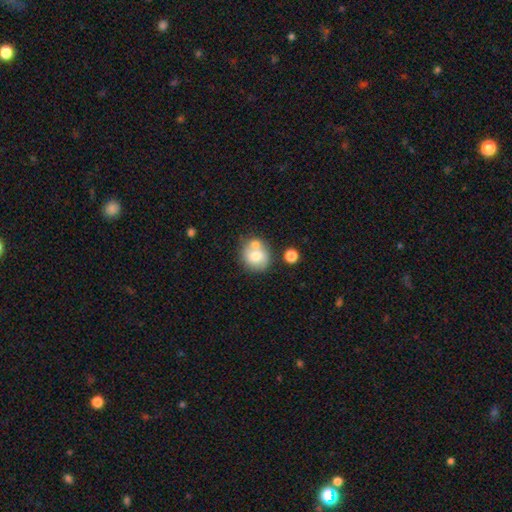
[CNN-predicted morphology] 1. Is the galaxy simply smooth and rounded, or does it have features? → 72% smooth, 19% featured or disk, 9% star or artifact.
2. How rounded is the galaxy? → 76% round, 23% in between, 1% cigar-shaped.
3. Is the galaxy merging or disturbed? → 51% none, 32% merger, 13% minor disturbance, 4% major disturbance.